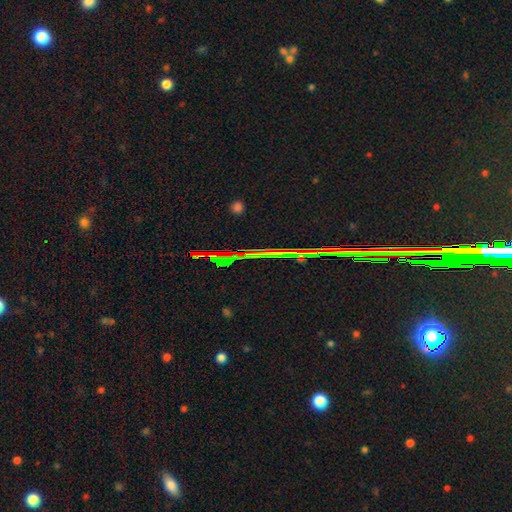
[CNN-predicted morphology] Smooth or featured?
  - star or artifact: 82% *
  - featured or disk: 9%
  - smooth: 9%